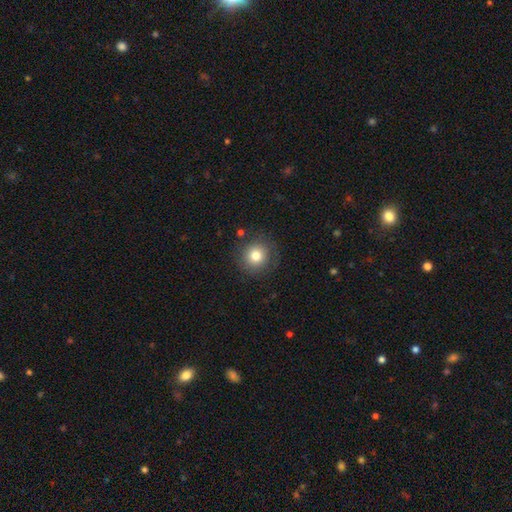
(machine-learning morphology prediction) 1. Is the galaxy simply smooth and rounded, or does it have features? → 79% smooth, 12% star or artifact, 10% featured or disk.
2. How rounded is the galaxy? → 92% round, 7% in between, 1% cigar-shaped.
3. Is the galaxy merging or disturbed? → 86% none, 9% minor disturbance, 4% major disturbance, 2% merger.